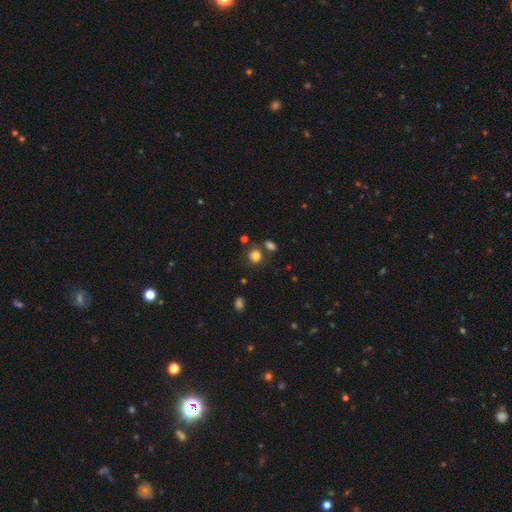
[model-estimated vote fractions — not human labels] Smooth or featured? Predicted: smooth (p=0.81). How rounded? Predicted: round (p=0.77). Merging? Predicted: none (p=0.69).